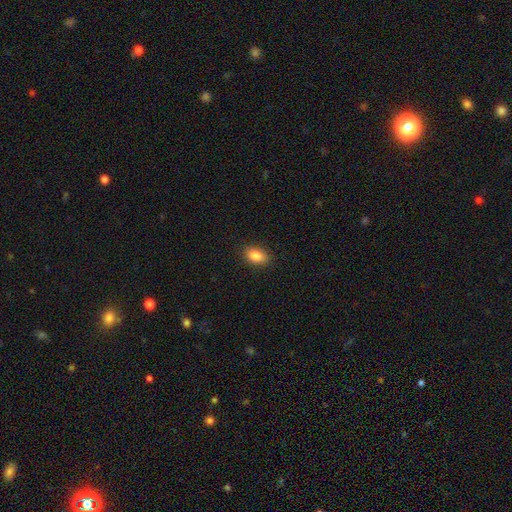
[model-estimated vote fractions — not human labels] Smooth or featured?
  - smooth: 87% *
  - star or artifact: 8%
  - featured or disk: 5%
How rounded?
  - in between: 87% *
  - round: 11%
  - cigar-shaped: 2%
Merging?
  - none: 88% *
  - minor disturbance: 9%
  - major disturbance: 2%
  - merger: 1%